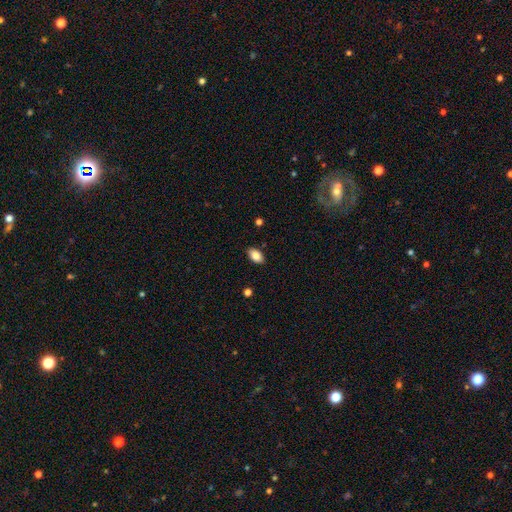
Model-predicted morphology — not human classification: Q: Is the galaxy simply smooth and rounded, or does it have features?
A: smooth — 86%.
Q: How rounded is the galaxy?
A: in between — 92%.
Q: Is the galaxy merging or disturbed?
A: none — 88%.